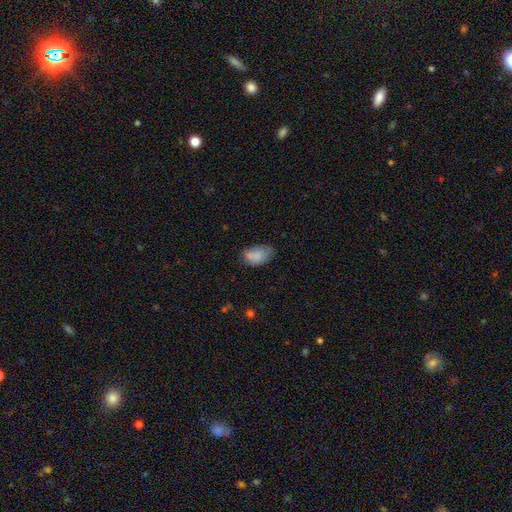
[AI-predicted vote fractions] A smooth galaxy with no disk features (82%) that is in between round and cigar-shaped (91%). Merging: none (56%).